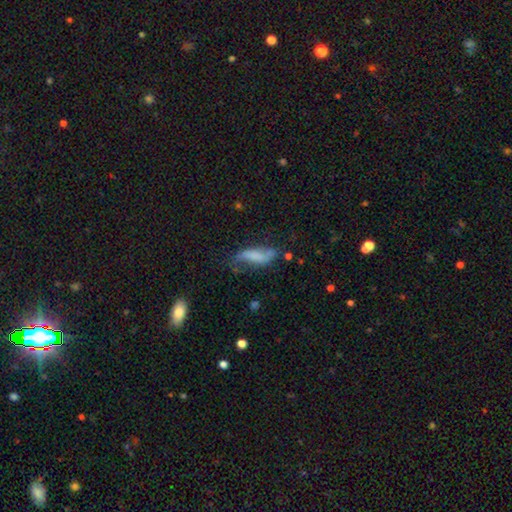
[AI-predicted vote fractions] A smooth galaxy with no disk features (51%) that is in between round and cigar-shaped (56%).

Vote fractions:
- Smooth or featured? smooth: 51% / featured or disk: 40% / star or artifact: 9%
- How rounded? in between: 56% / cigar-shaped: 41% / round: 3%
- Merging? none: 44% / minor disturbance: 31% / major disturbance: 19% / merger: 6%